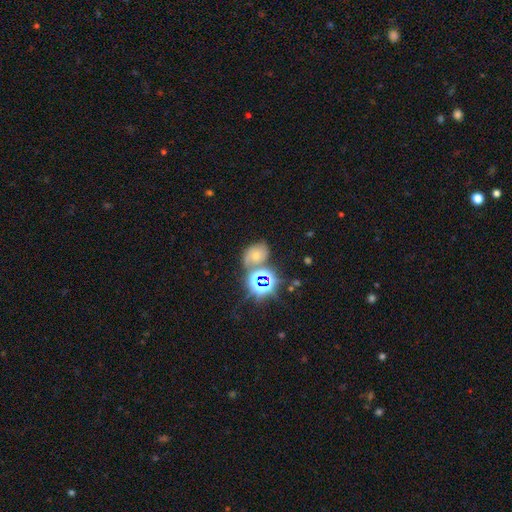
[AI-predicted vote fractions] A smooth galaxy with no disk features (39%).

Vote fractions:
- Smooth or featured? smooth: 39% / star or artifact: 35% / featured or disk: 25%
- Merging? none: 53% / merger: 20% / minor disturbance: 18% / major disturbance: 8%